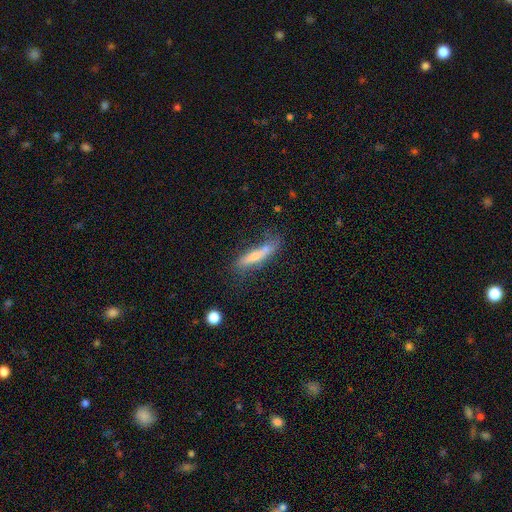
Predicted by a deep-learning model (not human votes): The model was most divided on "smooth or featured": smooth: 55%, featured or disk: 37%, star or artifact: 8%. More confident: how rounded — cigar-shaped (87%); merging — none (60%).